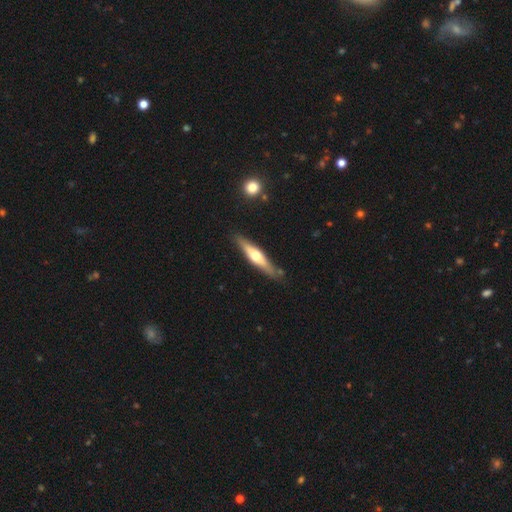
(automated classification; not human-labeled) Smooth or featured? featured or disk (57%)
Edge-on disk? yes (92%)
Edge-on bulge? rounded (90%)
Merging? none (81%)